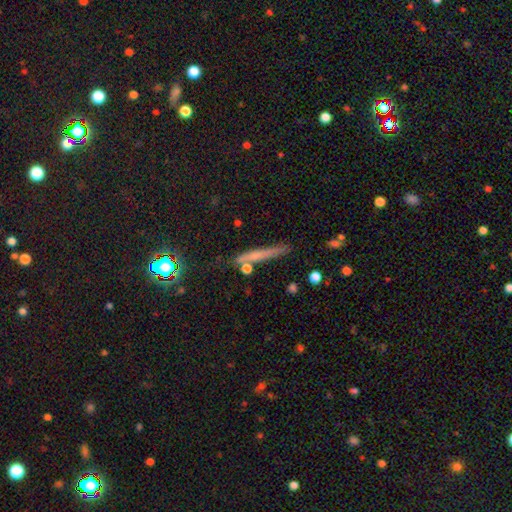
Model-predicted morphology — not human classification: smooth-or-featured: smooth: 53% | featured or disk: 31% | star or artifact: 16%
  how-rounded: cigar-shaped: 91% | in between: 5% | round: 4%
  merging: none: 77% | minor disturbance: 13% | merger: 6% | major disturbance: 4%